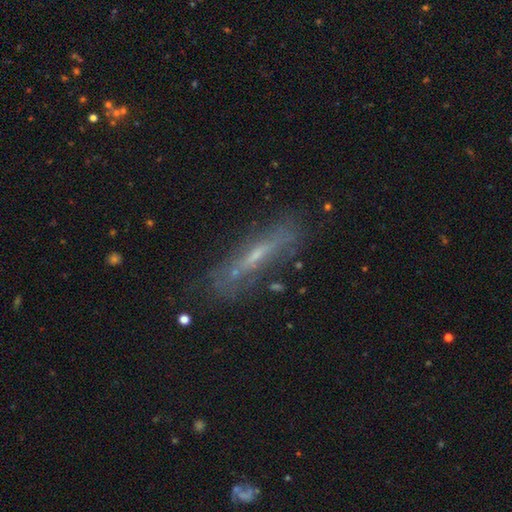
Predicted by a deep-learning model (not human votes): featured or disk 58%, smooth 32%, star or artifact 10%. Down the decision tree: edge-on disk — yes (72%); merging — none (74%).